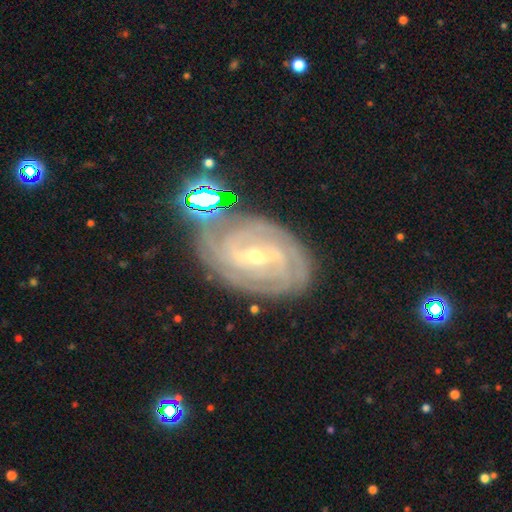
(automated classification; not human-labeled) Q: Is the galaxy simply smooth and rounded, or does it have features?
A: featured or disk — 87%.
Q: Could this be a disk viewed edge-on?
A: no — 96%.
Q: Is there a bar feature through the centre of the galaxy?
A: strong — 42%, tied with weak.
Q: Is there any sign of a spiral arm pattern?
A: yes — 97%.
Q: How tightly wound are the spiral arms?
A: tight — 75%.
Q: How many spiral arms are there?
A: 4 — 24%.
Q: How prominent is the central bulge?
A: small — 65%.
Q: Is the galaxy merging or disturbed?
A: none — 74%.